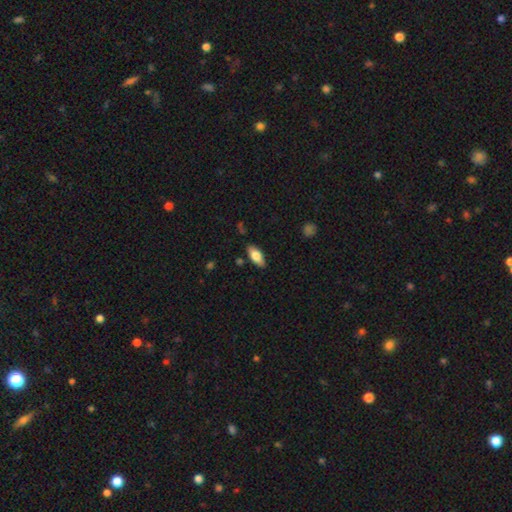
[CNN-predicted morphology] smooth 75%, featured or disk 18%, star or artifact 6%. Down the decision tree: how rounded — in between (86%); merging — none (85%).